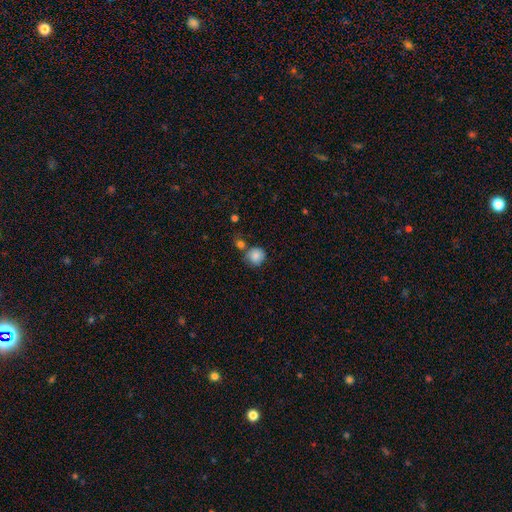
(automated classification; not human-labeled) Q: Smooth or featured?
A: smooth (86%); runner-up: star or artifact (9%)
Q: How rounded?
A: round (88%); runner-up: in between (11%)
Q: Merging?
A: none (64%); runner-up: merger (17%)